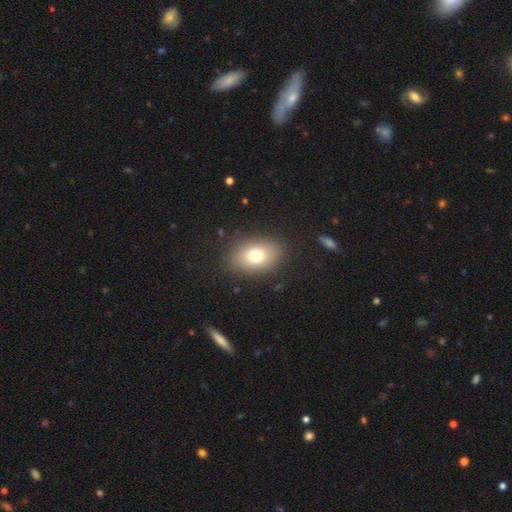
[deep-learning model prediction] Smooth or featured? Predicted: smooth (p=0.76). How rounded? Predicted: in between (p=0.78). Merging? Predicted: none (p=0.86).